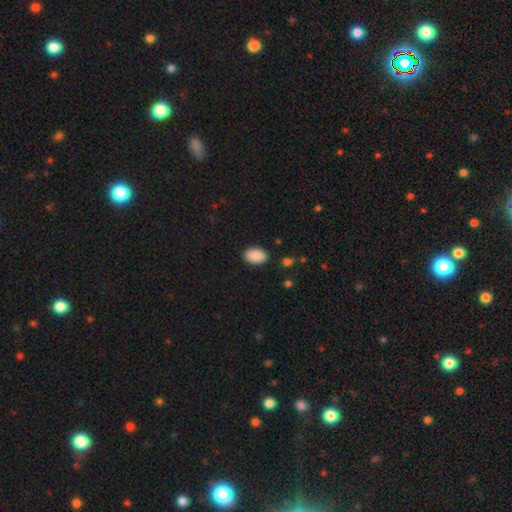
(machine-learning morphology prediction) type=smooth (90%); roundness=in between (91%); merging=none (88%).